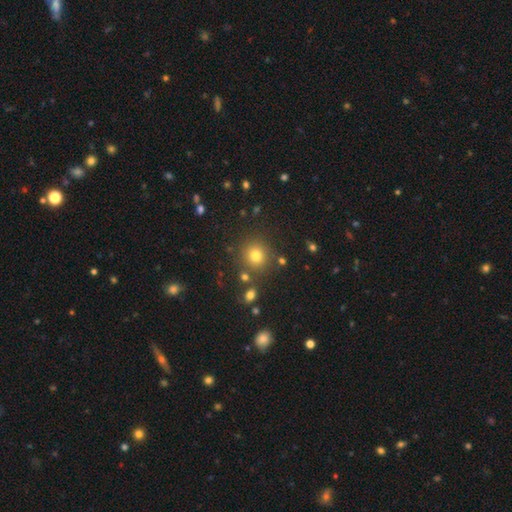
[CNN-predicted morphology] type=smooth (76%); roundness=round (92%); merging=none (84%).